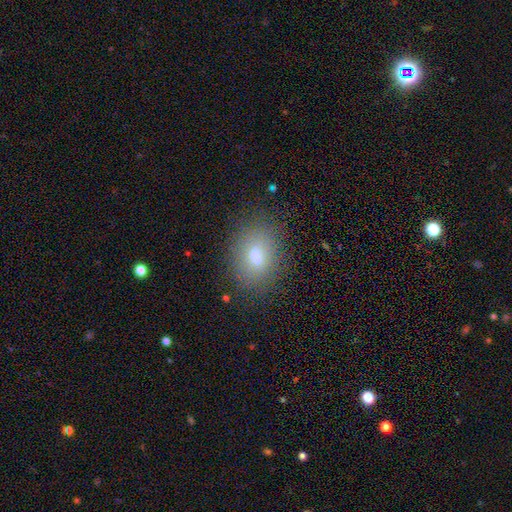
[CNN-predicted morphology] type=smooth (75%); roundness=in between (78%); merging=none (82%).